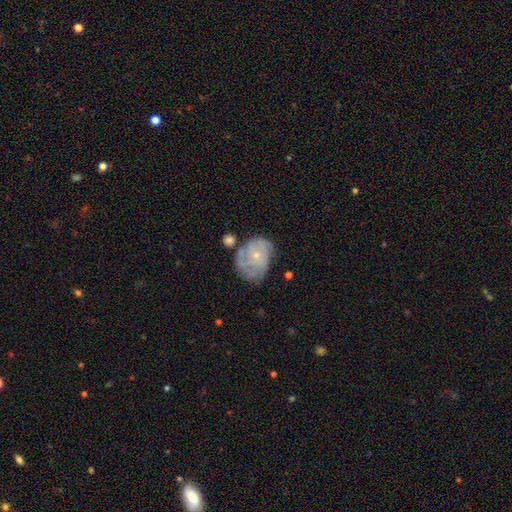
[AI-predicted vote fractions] Smooth or featured? featured or disk (65%)
Edge-on disk? no (98%)
Bar? no (80%)
Spiral arms? yes (80%)
Spiral winding? tight (49%)
Spiral arm count? can't tell (42%)
Bulge size? small (77%)
Merging? none (47%)